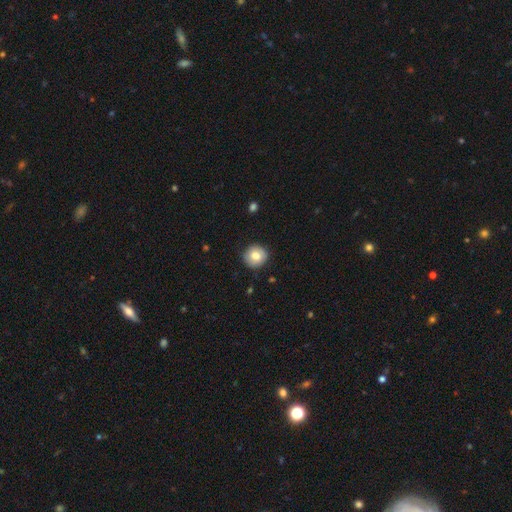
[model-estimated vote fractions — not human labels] The model was most divided on "smooth or featured": smooth: 79%, featured or disk: 13%, star or artifact: 8%. More confident: how rounded — round (89%); merging — none (87%).